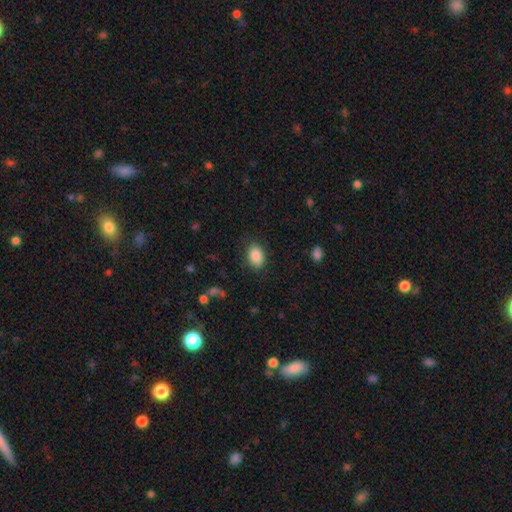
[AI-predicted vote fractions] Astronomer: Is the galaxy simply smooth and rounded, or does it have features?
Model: smooth — 88%.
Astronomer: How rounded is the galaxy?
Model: in between — 84%.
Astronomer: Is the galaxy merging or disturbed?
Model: none — 83%.